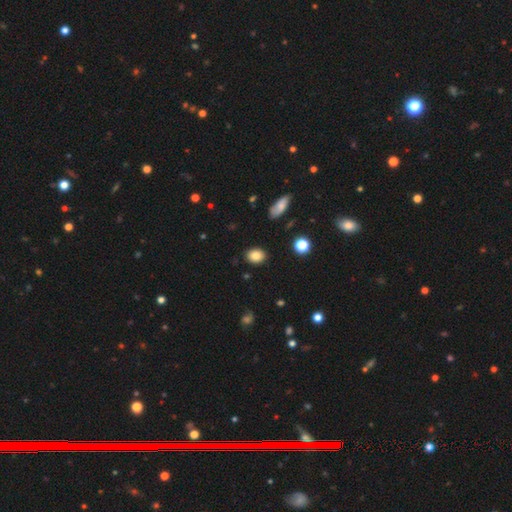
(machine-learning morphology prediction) A smooth galaxy with no disk features (85%) that is in between round and cigar-shaped (62%).

Vote fractions:
- Smooth or featured? smooth: 85% / star or artifact: 9% / featured or disk: 6%
- How rounded? in between: 62% / round: 36% / cigar-shaped: 1%
- Merging? none: 88% / minor disturbance: 8% / major disturbance: 2% / merger: 1%